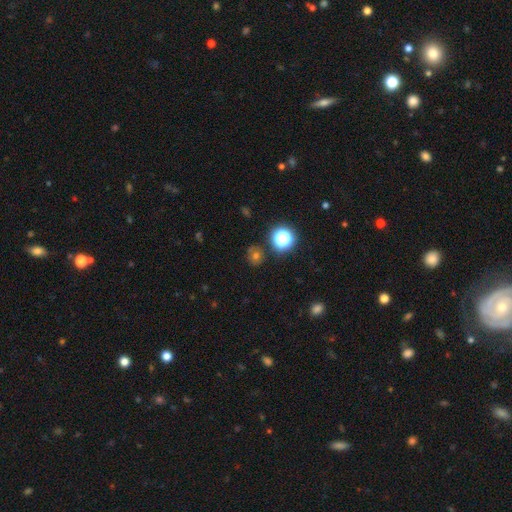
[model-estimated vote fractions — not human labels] Smooth or featured? smooth (55%)
How rounded? round (87%)
Merging? none (81%)